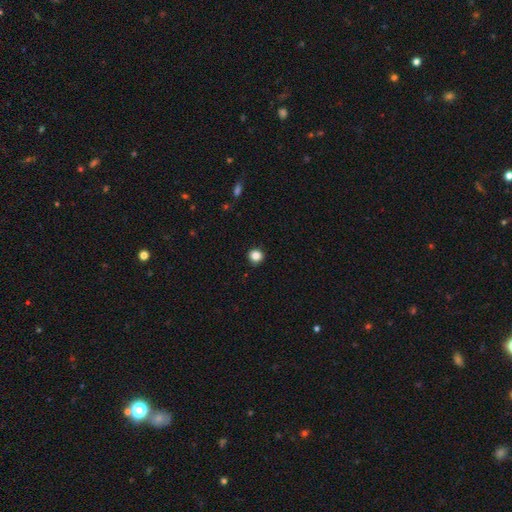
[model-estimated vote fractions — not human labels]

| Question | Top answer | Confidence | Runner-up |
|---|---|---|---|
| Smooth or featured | smooth | 85% | star or artifact (11%) |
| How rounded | round | 92% | in between (7%) |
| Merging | none | 91% | minor disturbance (6%) |